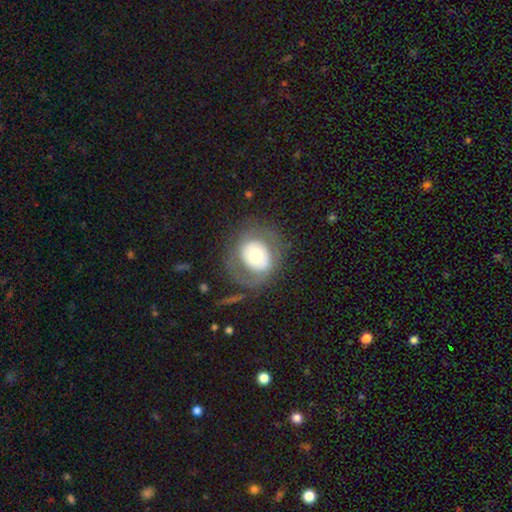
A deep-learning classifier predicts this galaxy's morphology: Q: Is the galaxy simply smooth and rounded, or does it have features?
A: featured or disk — 49%.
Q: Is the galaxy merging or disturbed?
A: none — 67%.